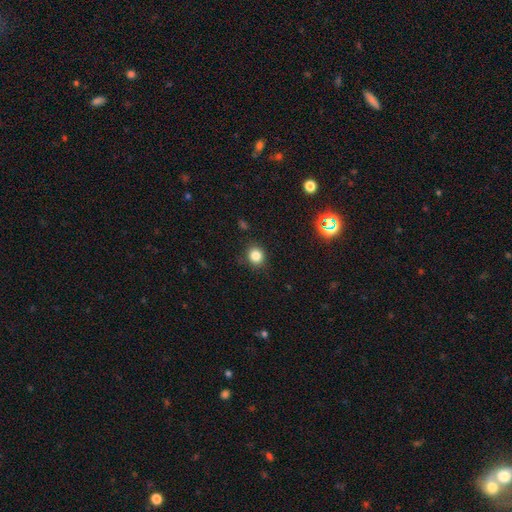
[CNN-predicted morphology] A smooth galaxy with no disk features (83%) that is round (83%).

Vote fractions:
- Smooth or featured? smooth: 83% / star or artifact: 13% / featured or disk: 5%
- How rounded? round: 83% / in between: 16% / cigar-shaped: 1%
- Merging? none: 86% / minor disturbance: 10% / major disturbance: 3% / merger: 1%